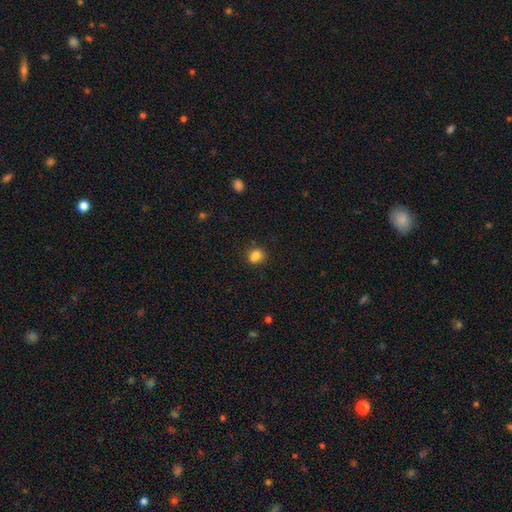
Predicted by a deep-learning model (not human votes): Smooth or featured?
  - smooth: 80% *
  - star or artifact: 12%
  - featured or disk: 8%
How rounded?
  - round: 65% *
  - in between: 34%
  - cigar-shaped: 1%
Merging?
  - none: 68% *
  - minor disturbance: 17%
  - merger: 11%
  - major disturbance: 4%